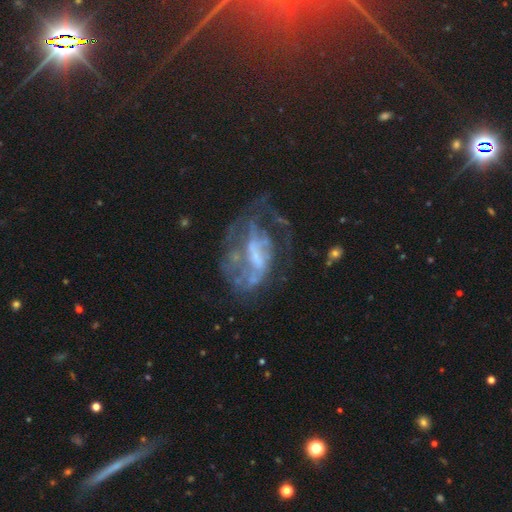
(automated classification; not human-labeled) A featured or disk galaxy (71%) with no bar (48%), no spiral arms (51%) and no central bulge (43%).

Vote fractions:
- Smooth or featured? featured or disk: 71% / smooth: 16% / star or artifact: 13%
- Edge-on disk? no: 96% / yes: 4%
- Bar? no: 48% / weak: 35% / strong: 18%
- Spiral arms? no: 51% / yes: 49%
- Bulge size? none: 43% / small: 26% / moderate: 23% / large: 6% / dominant: 2%
- Merging? major disturbance: 39% / none: 36% / minor disturbance: 19% / merger: 6%